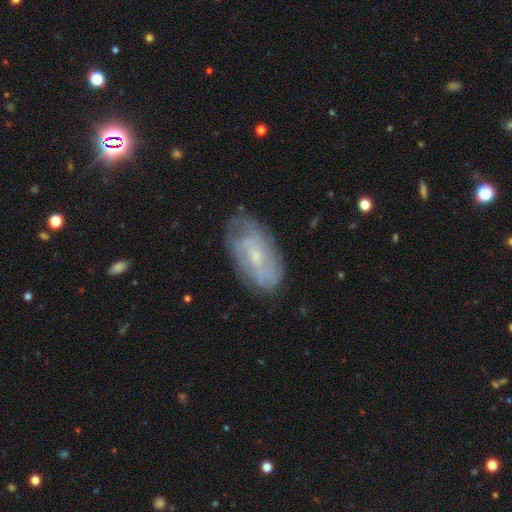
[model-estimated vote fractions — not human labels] A featured or disk galaxy (70%) with no bar (51%), tight (54%) spiral arms (85%) and a small central bulge (65%). Merging: none (74%).